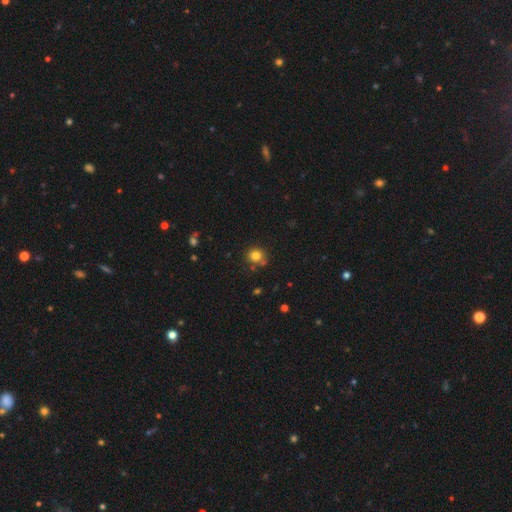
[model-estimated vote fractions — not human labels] smooth 80%, star or artifact 13%, featured or disk 7%. Down the decision tree: how rounded — round (89%); merging — none (76%).